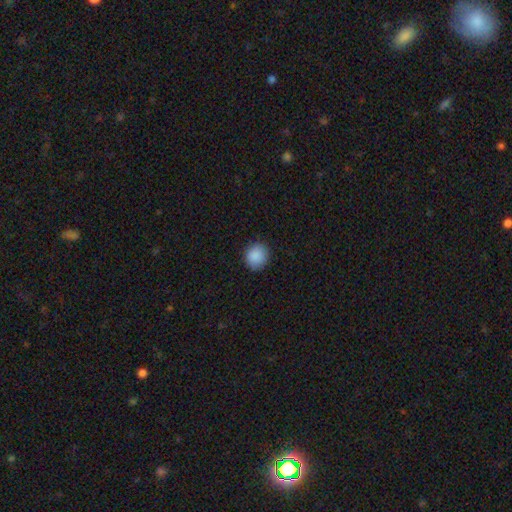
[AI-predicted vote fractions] Smooth or featured? smooth (89%)
How rounded? round (83%)
Merging? none (89%)